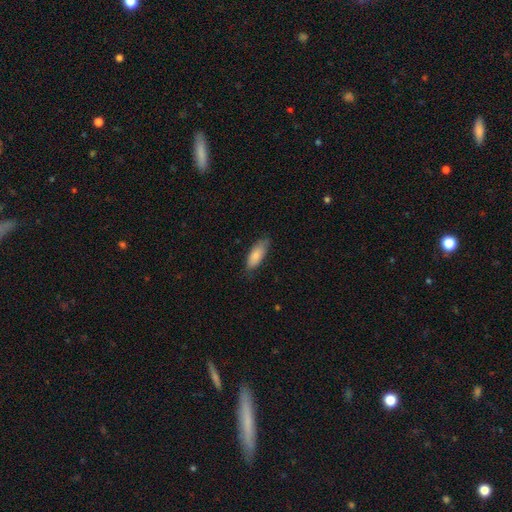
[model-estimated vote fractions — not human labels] smooth 83%, featured or disk 11%, star or artifact 6%. Down the decision tree: how rounded — in between (75%); merging — none (74%).